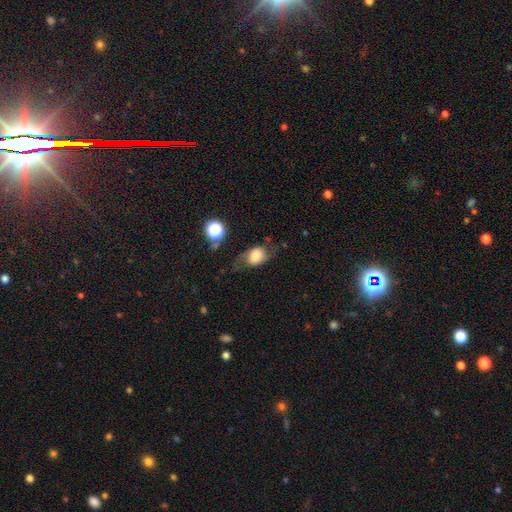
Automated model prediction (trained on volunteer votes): Morphology: type=smooth (61%); roundness=in between (71%); merging=none (51%).